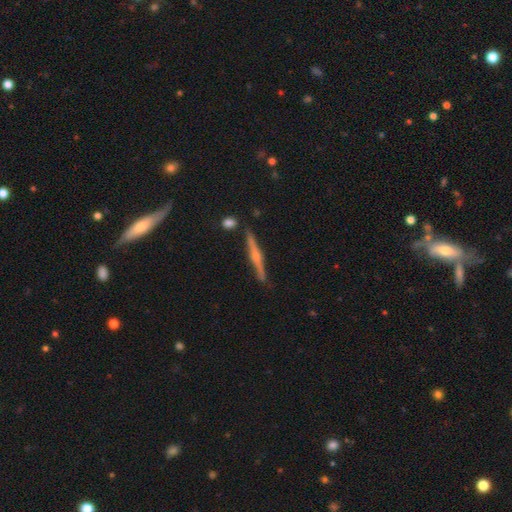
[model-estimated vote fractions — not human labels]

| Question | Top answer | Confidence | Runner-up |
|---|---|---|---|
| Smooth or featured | featured or disk | 77% | smooth (17%) |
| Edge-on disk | yes | 98% | no (2%) |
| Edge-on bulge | rounded | 84% | none (9%) |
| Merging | none | 88% | minor disturbance (8%) |